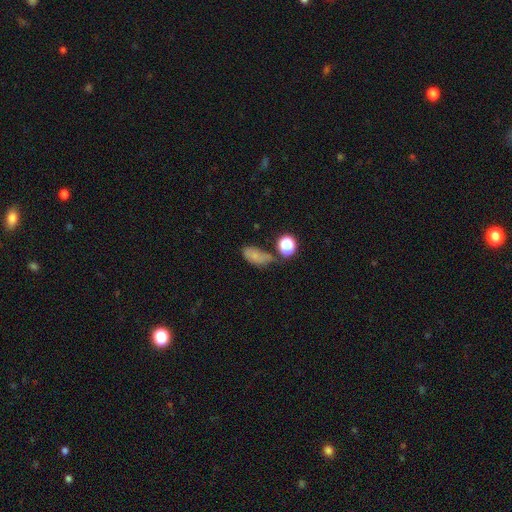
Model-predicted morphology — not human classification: A smooth galaxy with no disk features (71%) that is in between round and cigar-shaped (86%).

Vote fractions:
- Smooth or featured? smooth: 71% / star or artifact: 15% / featured or disk: 15%
- How rounded? in between: 86% / round: 10% / cigar-shaped: 4%
- Merging? none: 42% / minor disturbance: 31% / major disturbance: 14% / merger: 13%